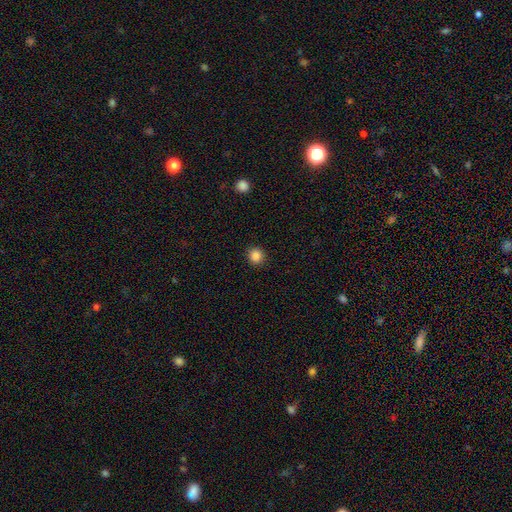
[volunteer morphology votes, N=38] smooth 87%, featured or disk 8%, star or artifact 5%. Down the decision tree: how rounded — round (97%); merging — none (83%).